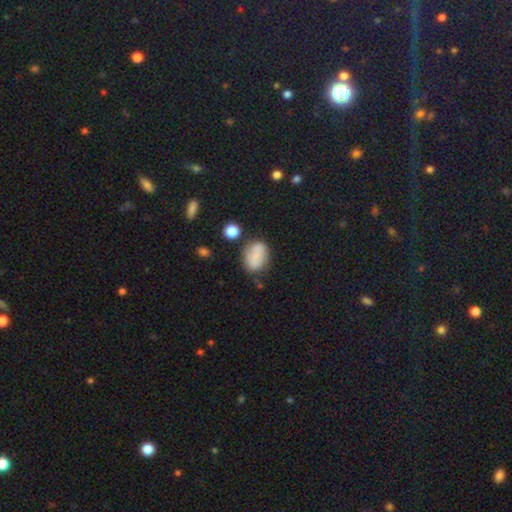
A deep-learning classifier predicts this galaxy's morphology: Q: Smooth or featured?
A: smooth (76%); runner-up: featured or disk (14%)
Q: How rounded?
A: in between (72%); runner-up: round (26%)
Q: Merging?
A: none (60%); runner-up: minor disturbance (24%)